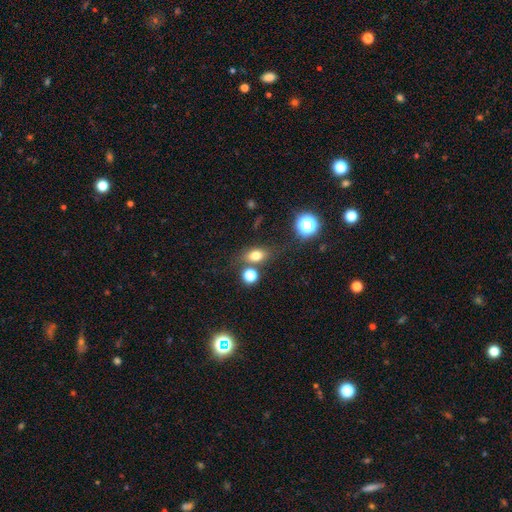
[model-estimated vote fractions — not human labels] smooth 74%, star or artifact 15%, featured or disk 11%. Down the decision tree: how rounded — in between (66%); merging — none (68%).